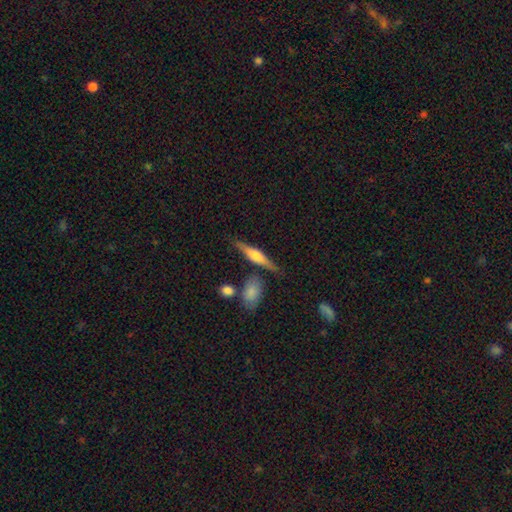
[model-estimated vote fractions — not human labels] Q: Smooth or featured?
A: featured or disk (60%); runner-up: smooth (34%)
Q: Edge-on disk?
A: yes (96%); runner-up: no (4%)
Q: Edge-on bulge?
A: rounded (85%); runner-up: boxy (11%)
Q: Merging?
A: none (79%); runner-up: minor disturbance (12%)